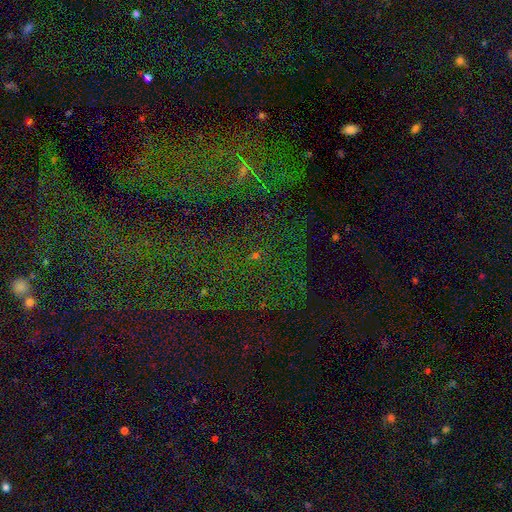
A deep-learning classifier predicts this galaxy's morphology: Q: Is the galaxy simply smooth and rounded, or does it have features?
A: star or artifact — 73%.